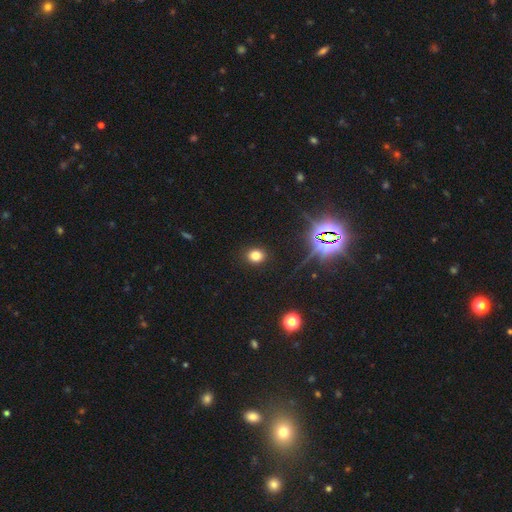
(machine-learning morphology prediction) This is likely a smooth galaxy (77%). How rounded: likely round (63%). Merging: clearly none (90%).